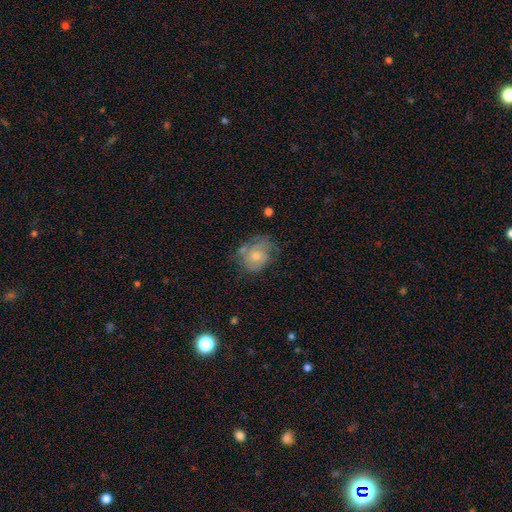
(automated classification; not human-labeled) This is possibly a smooth galaxy (50%). Merging: possibly none (49%).